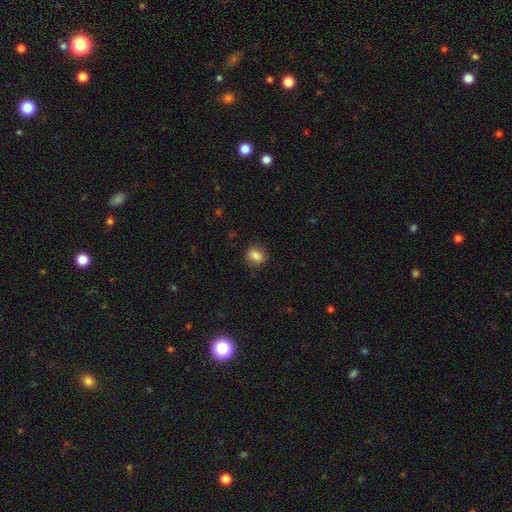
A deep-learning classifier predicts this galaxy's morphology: A smooth galaxy with no disk features (84%) that is in between round and cigar-shaped (52%). Merging: none (84%).